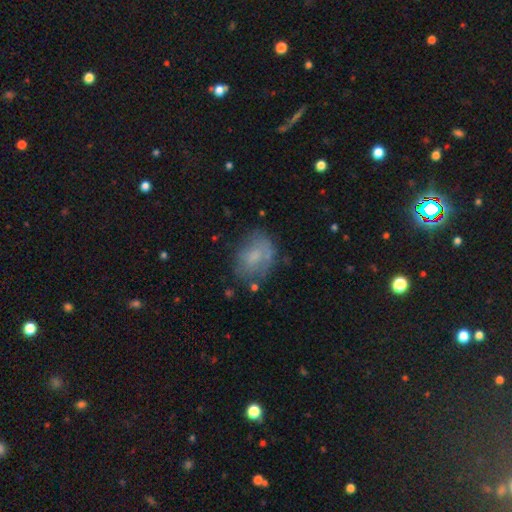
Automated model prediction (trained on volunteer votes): Smooth or featured? Predicted: smooth (p=0.59). How rounded? Predicted: in between (p=0.69). Merging? Predicted: none (p=0.57).